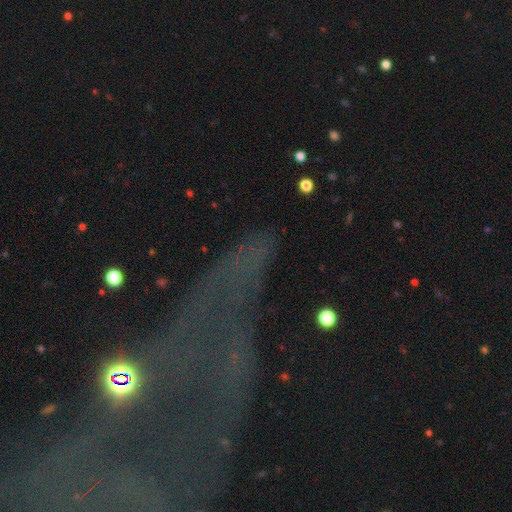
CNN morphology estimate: Overall: star or artifact (60%; featured or disk 22%).